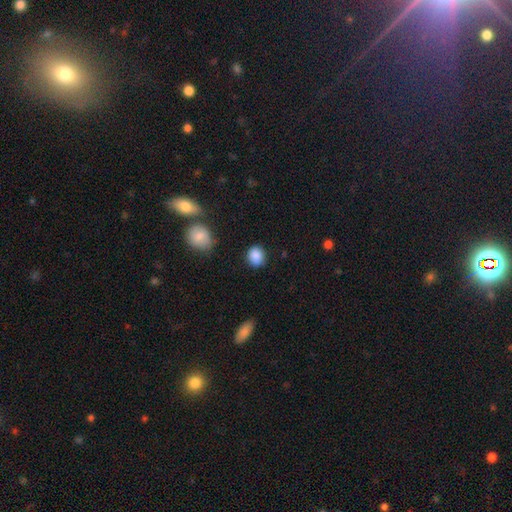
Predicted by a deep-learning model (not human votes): Smooth or featured? smooth (88%)
How rounded? round (74%)
Merging? none (82%)